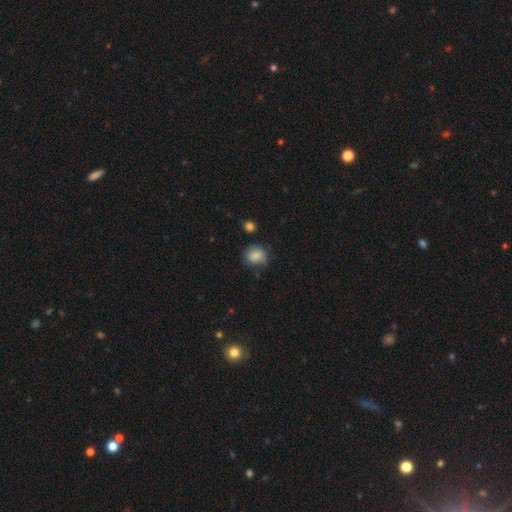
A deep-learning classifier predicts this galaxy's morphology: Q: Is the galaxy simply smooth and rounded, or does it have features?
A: smooth — 81%.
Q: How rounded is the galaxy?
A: round — 65%.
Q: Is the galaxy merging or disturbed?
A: none — 59%.